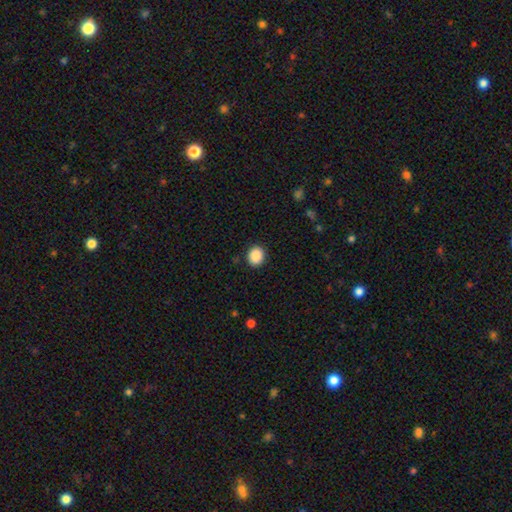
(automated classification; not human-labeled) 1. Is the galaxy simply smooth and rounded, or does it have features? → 89% smooth, 8% star or artifact, 3% featured or disk.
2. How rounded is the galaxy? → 73% round, 26% in between, 1% cigar-shaped.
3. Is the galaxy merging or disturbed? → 90% none, 6% minor disturbance, 2% major disturbance, 1% merger.